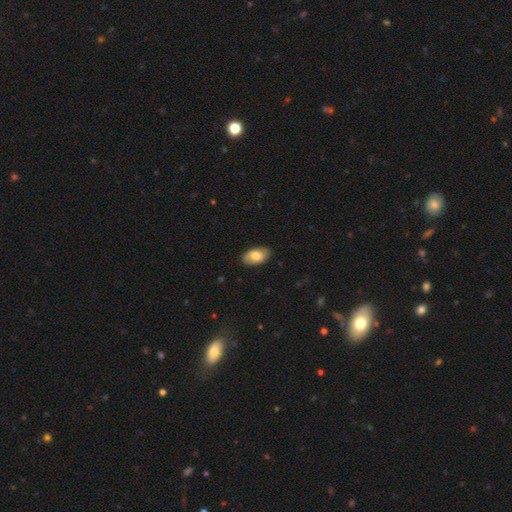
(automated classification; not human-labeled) A smooth galaxy with no disk features (77%) that is in between round and cigar-shaped (94%).

Vote fractions:
- Smooth or featured? smooth: 77% / featured or disk: 17% / star or artifact: 6%
- How rounded? in between: 94% / round: 4% / cigar-shaped: 2%
- Merging? none: 86% / minor disturbance: 11% / major disturbance: 2% / merger: 1%